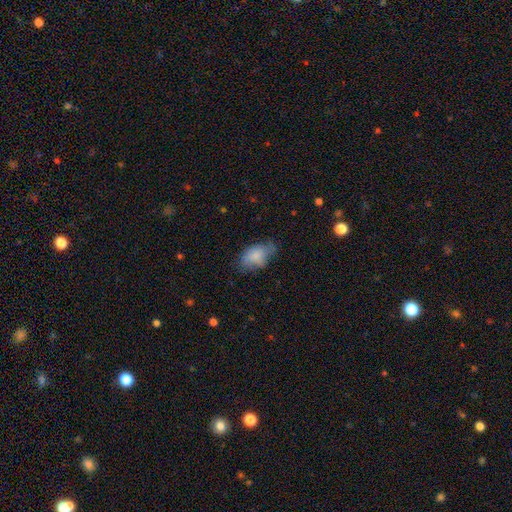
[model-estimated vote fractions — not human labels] Smooth or featured? Predicted: smooth (p=0.76). How rounded? Predicted: in between (p=0.90). Merging? Predicted: none (p=0.49).